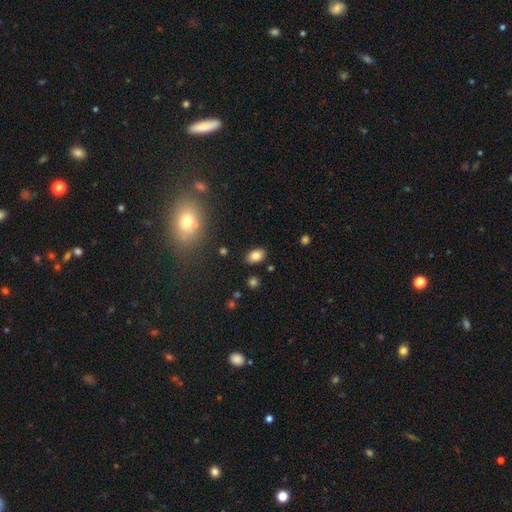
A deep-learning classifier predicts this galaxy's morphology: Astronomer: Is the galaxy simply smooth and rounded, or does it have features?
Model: smooth — 82%.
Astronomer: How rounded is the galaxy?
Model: in between — 85%.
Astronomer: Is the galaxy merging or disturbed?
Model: none — 85%.